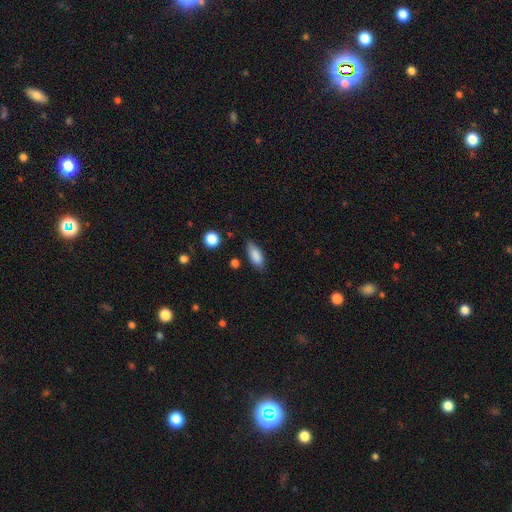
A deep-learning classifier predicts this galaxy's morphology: A smooth galaxy with no disk features (87%) that is in between round and cigar-shaped (83%). Merging: none (77%).